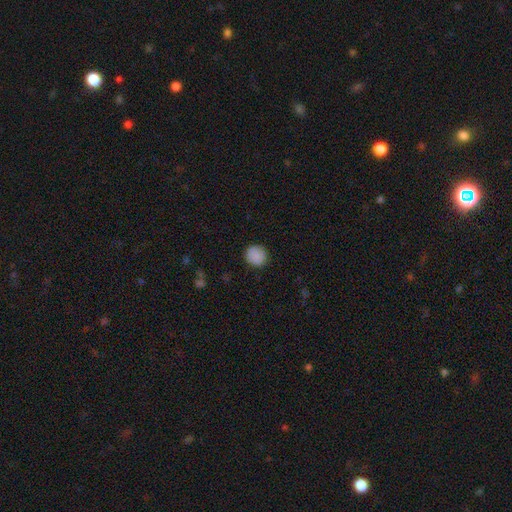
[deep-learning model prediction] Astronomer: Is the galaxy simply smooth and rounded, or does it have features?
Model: smooth — 88%.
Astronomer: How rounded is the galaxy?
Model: round — 91%.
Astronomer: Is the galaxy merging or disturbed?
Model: none — 89%.